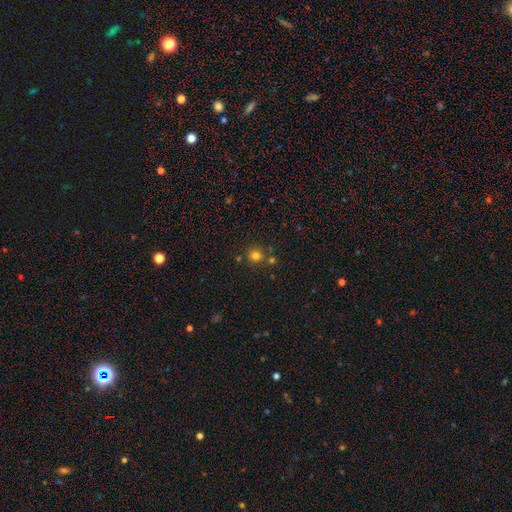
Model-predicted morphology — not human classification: This is likely a smooth galaxy (76%). How rounded: clearly round (90%). Merging: likely none (76%).